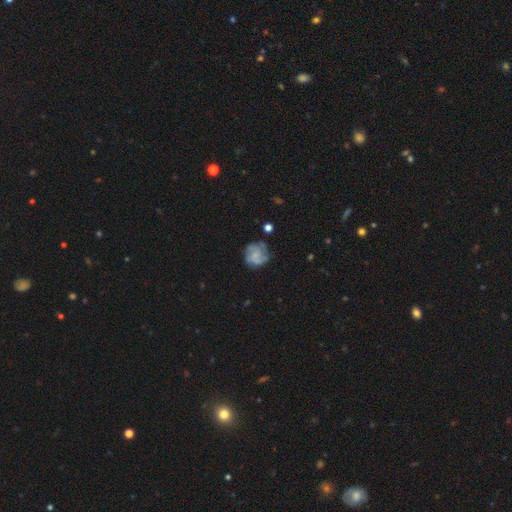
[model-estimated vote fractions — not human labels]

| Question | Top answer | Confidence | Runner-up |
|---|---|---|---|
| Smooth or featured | featured or disk | 56% | smooth (34%) |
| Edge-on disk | no | 98% | yes (2%) |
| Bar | no | 77% | weak (20%) |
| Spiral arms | yes | 77% | no (23%) |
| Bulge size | none | 52% | small (28%) |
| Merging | none | 64% | minor disturbance (21%) |